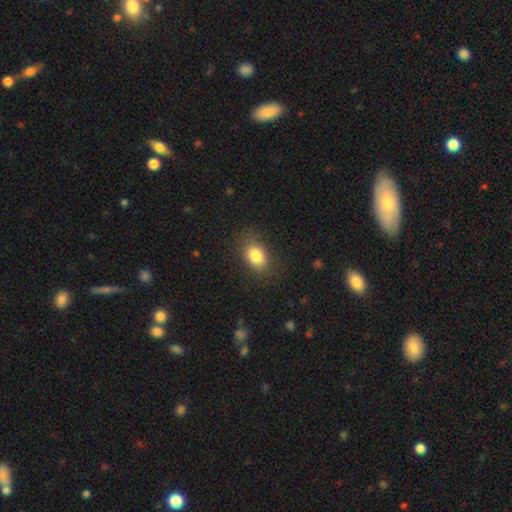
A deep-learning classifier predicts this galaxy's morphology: This appears to be a smooth galaxy with no disk features (83%) that is in between round and cigar-shaped (76%). Merging: none (79%).